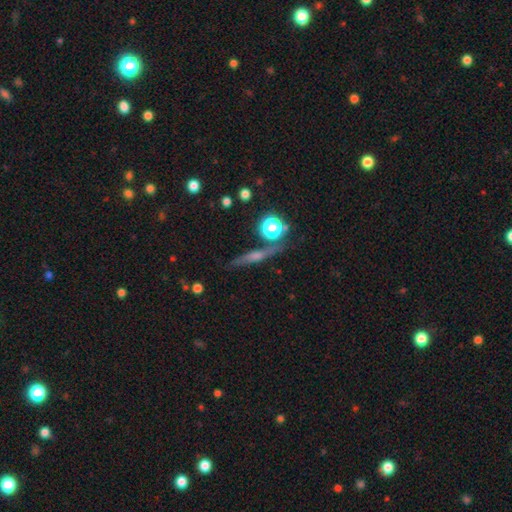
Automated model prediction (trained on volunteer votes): Morphology: type=featured or disk (57%); edge-on=yes (94%); edge-on bulge=rounded (67%); merging=none (82%).